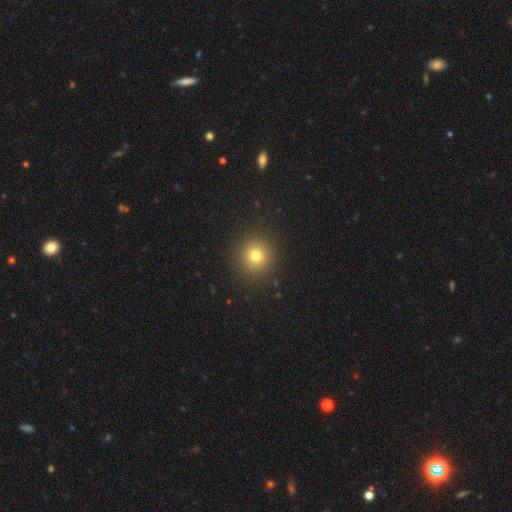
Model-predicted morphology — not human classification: Smooth or featured?
  - smooth: 75% *
  - star or artifact: 17%
  - featured or disk: 8%
How rounded?
  - round: 92% *
  - in between: 7%
  - cigar-shaped: 1%
Merging?
  - none: 90% *
  - minor disturbance: 6%
  - major disturbance: 2%
  - merger: 1%